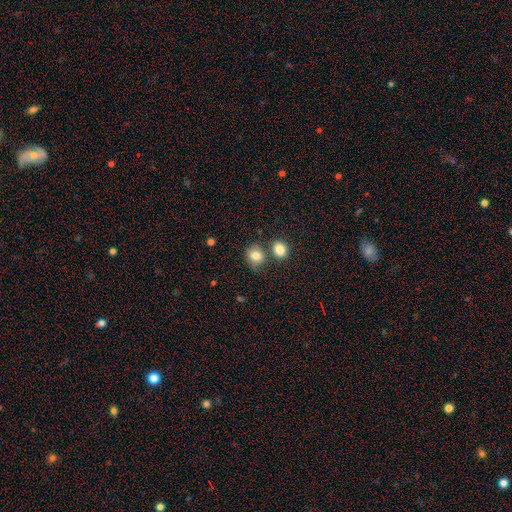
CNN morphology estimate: This appears to be a smooth galaxy with no disk features (82%) that is round (67%). Merging: none (63%).